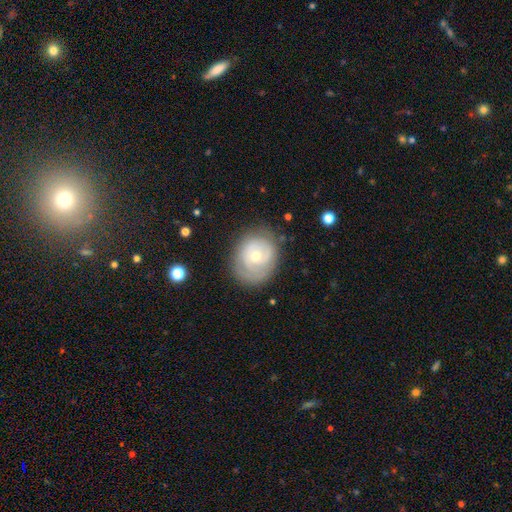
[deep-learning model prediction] This is possibly a featured or disk galaxy (58%). It is clearly not viewed edge-on (96%). Bar: clearly no (81%). Spiral arm pattern: possibly yes (59%). Central bulge: possibly small (53%). Merging: likely none (72%).